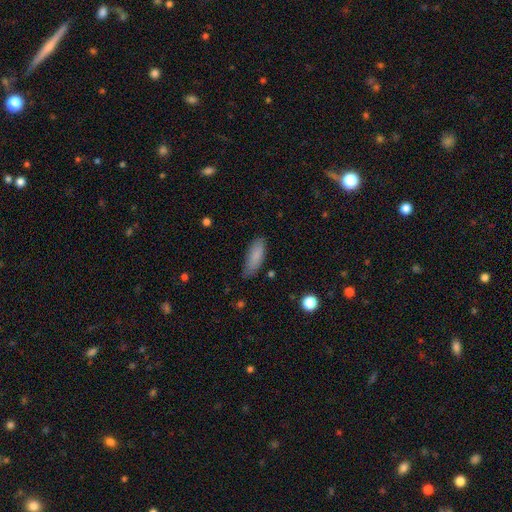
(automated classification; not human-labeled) smooth_or_featured: smooth (p=0.85) [alt: featured or disk p=0.09]
how_rounded: in between (p=0.67) [alt: cigar-shaped p=0.31]
merging: none (p=0.74) [alt: minor disturbance p=0.21]